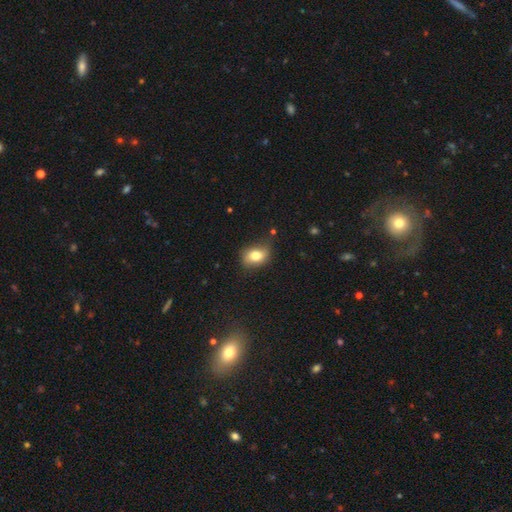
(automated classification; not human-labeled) This is likely a smooth galaxy (78%). How rounded: likely in between (72%). Merging: likely none (67%).